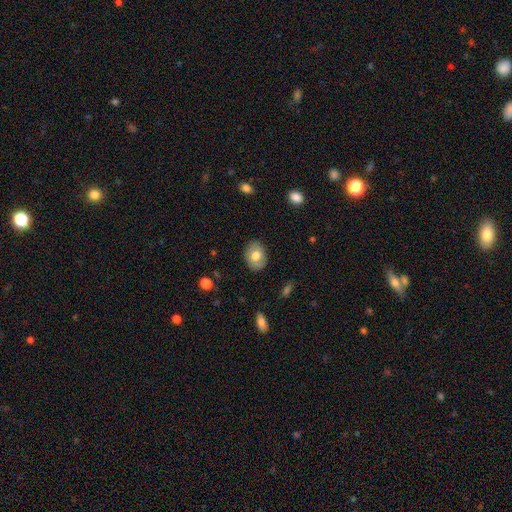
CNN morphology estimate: This appears to be a smooth galaxy with no disk features (72%) that is in between round and cigar-shaped (66%). Merging: none (86%).